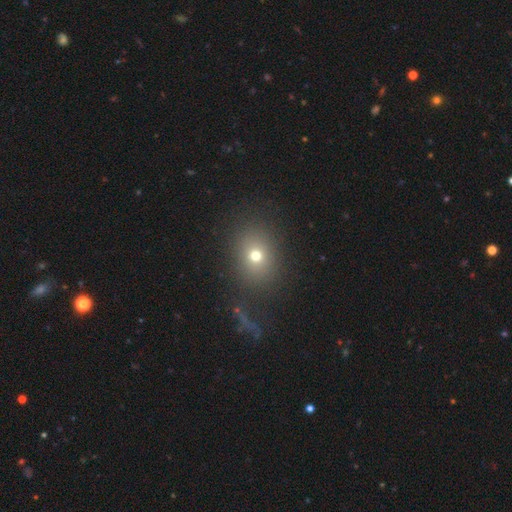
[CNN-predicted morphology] smooth 70%, star or artifact 18%, featured or disk 13%. Down the decision tree: how rounded — round (57%); merging — none (81%).